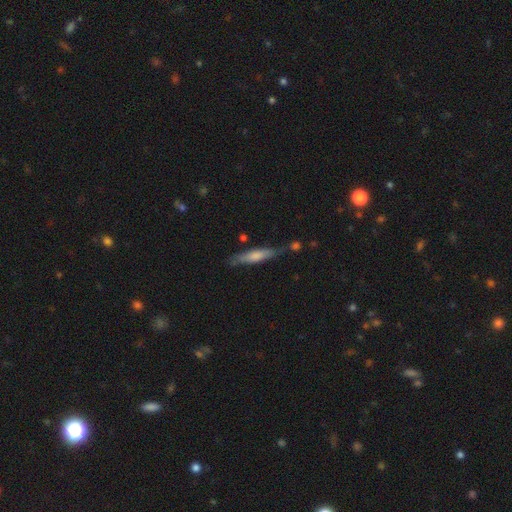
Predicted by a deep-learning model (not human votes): This appears to be a smooth galaxy with no disk features (62%) that is cigar-shaped (84%). Merging: none (64%).